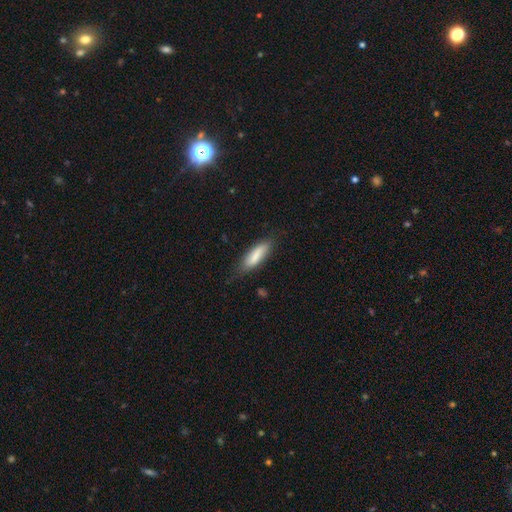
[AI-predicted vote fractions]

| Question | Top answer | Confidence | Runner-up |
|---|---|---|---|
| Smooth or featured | smooth | 82% | featured or disk (12%) |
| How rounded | cigar-shaped | 50% | in between (49%) |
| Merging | none | 74% | minor disturbance (20%) |